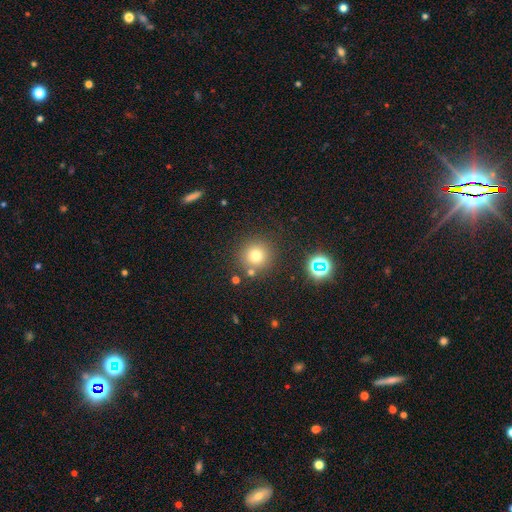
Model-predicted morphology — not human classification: Smooth or featured? smooth (74%)
How rounded? round (94%)
Merging? none (80%)